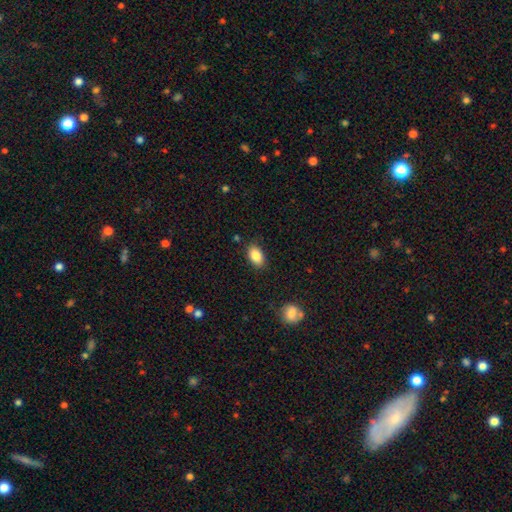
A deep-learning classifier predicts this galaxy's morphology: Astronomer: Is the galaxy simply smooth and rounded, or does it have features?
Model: smooth — 86%.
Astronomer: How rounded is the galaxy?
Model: in between — 89%.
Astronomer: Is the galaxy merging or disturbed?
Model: none — 85%.